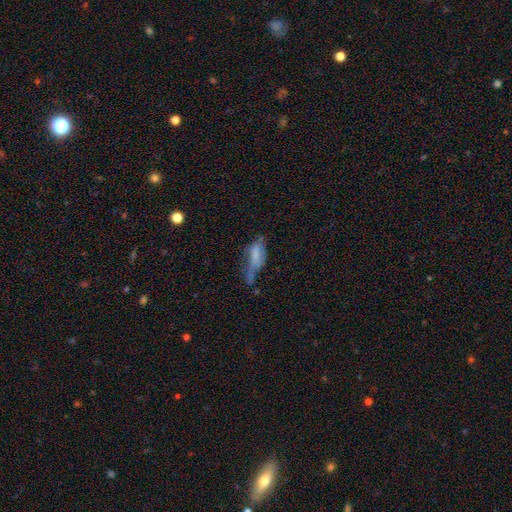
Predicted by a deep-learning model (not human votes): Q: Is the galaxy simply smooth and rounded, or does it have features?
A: smooth — 54%.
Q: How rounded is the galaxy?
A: in between — 64%.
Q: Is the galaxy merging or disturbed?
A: major disturbance — 38%.